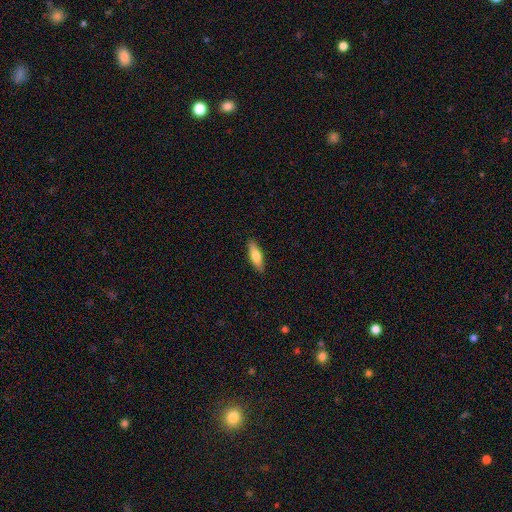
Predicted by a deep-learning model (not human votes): Smooth or featured?
  - smooth: 66% *
  - featured or disk: 29%
  - star or artifact: 6%
How rounded?
  - cigar-shaped: 51% *
  - in between: 47%
  - round: 2%
Merging?
  - none: 88% *
  - minor disturbance: 9%
  - major disturbance: 2%
  - merger: 1%